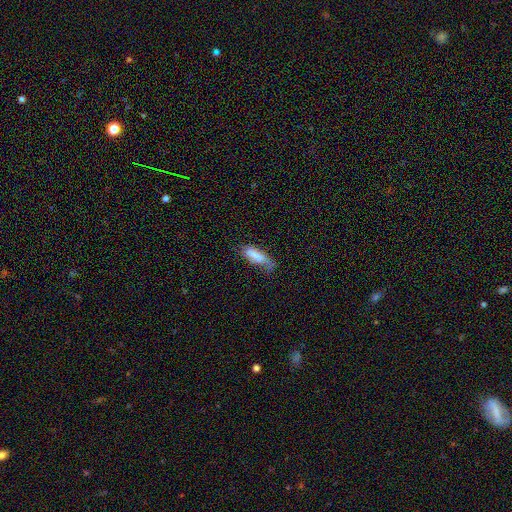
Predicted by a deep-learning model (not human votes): smooth 74%, featured or disk 18%, star or artifact 8%. Down the decision tree: how rounded — cigar-shaped (49%, tied with in between); merging — none (40%).